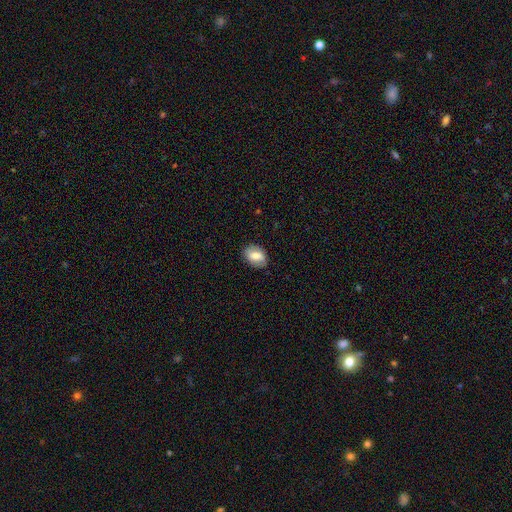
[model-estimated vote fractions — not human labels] This appears to be a smooth galaxy with no disk features (68%) that is in between round and cigar-shaped (81%). Merging: none (82%).